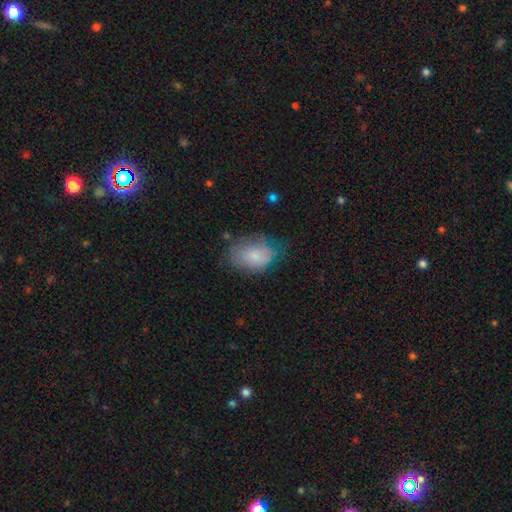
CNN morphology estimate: This appears to be a smooth galaxy with no disk features (74%) that is in between round and cigar-shaped (75%). Merging: none (49%).